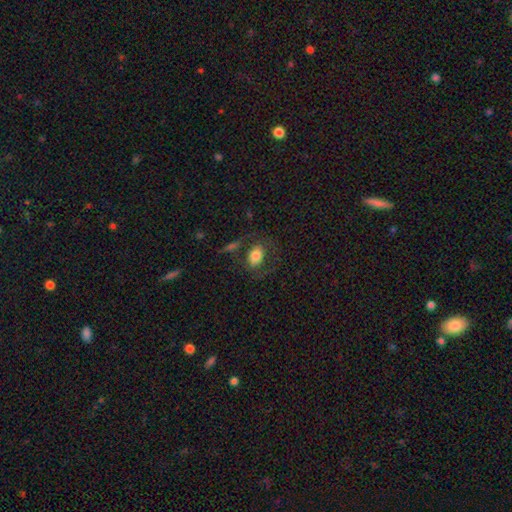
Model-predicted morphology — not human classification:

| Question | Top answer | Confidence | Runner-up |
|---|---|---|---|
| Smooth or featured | smooth | 72% | featured or disk (19%) |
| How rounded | in between | 80% | round (19%) |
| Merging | none | 67% | minor disturbance (16%) |